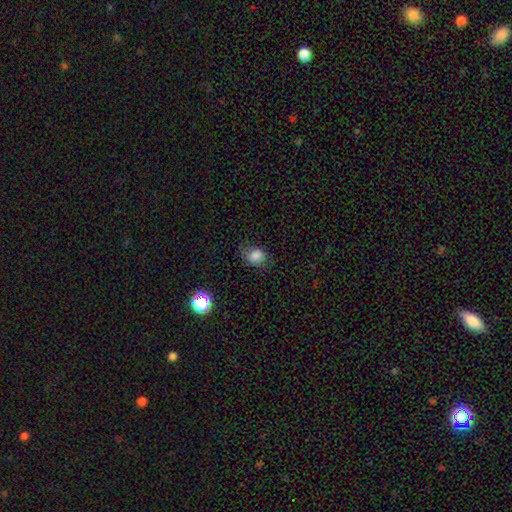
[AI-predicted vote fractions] Overall: smooth (81%). How rounded: in between (51%; round 47%). Merging: none (70%).